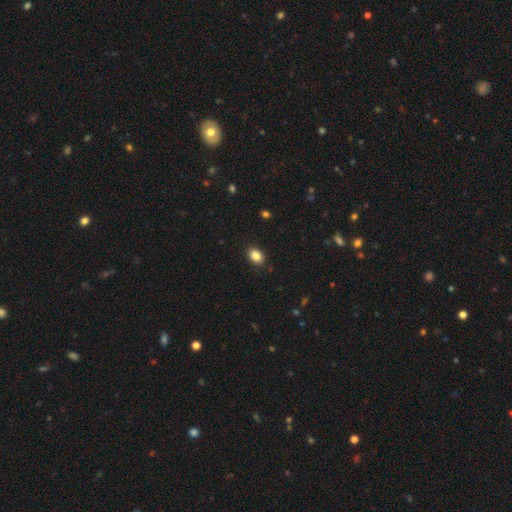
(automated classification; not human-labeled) Smooth or featured? smooth (86%)
How rounded? in between (79%)
Merging? none (89%)